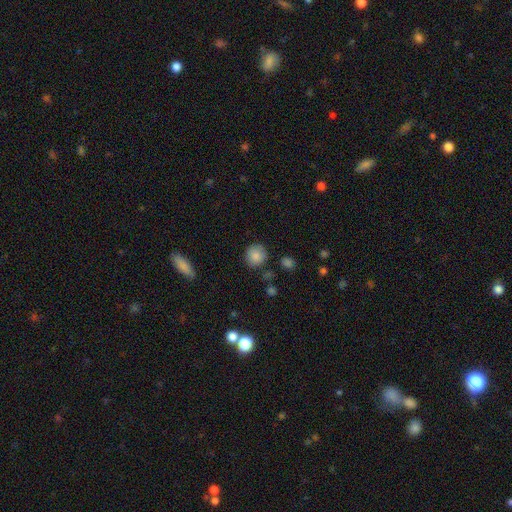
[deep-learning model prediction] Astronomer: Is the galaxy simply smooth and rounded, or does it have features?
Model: smooth — 85%.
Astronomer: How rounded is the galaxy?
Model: round — 90%.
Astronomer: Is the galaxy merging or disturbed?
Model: none — 82%.